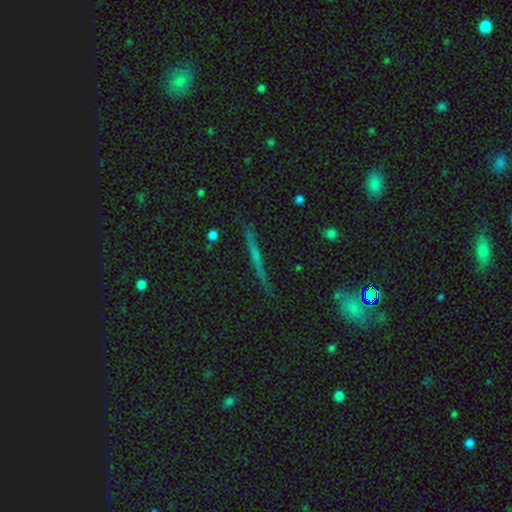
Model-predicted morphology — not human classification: This is possibly a featured or disk galaxy (50%). It is clearly viewed edge-on (96%). Merging: clearly none (90%).